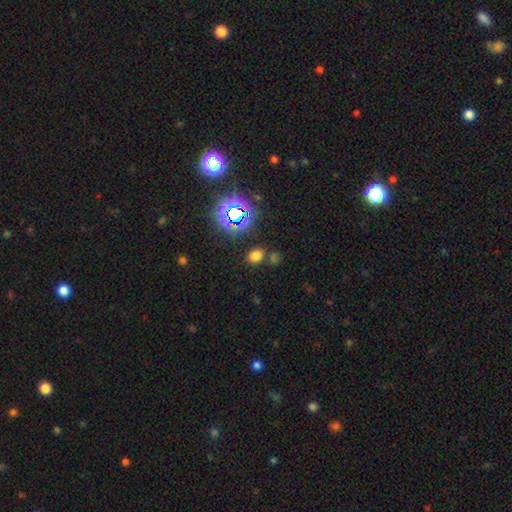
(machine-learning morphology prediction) smooth_or_featured: smooth (p=0.67) [alt: star or artifact p=0.27]
how_rounded: round (p=0.52) [alt: in between p=0.47]
merging: none (p=0.77) [alt: merger p=0.10]